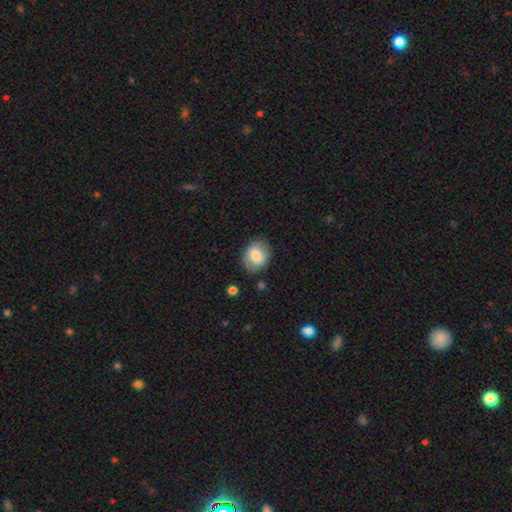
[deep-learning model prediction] Overall: smooth (77%). How rounded: round (51%; in between 48%). Merging: none (79%).